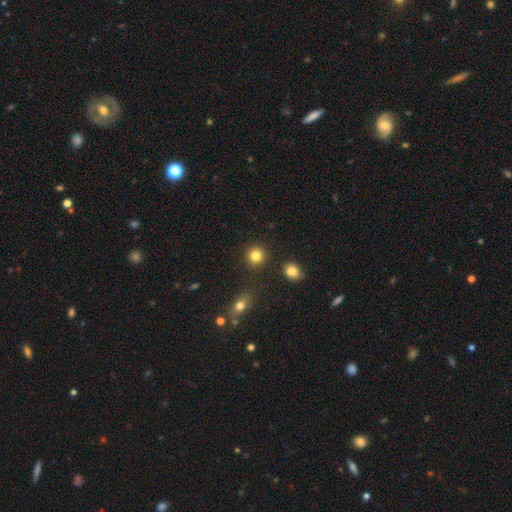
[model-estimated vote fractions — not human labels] smooth-or-featured: smooth: 84% | star or artifact: 11% | featured or disk: 5%
  how-rounded: round: 91% | in between: 8% | cigar-shaped: 1%
  merging: none: 89% | minor disturbance: 6% | merger: 3% | major disturbance: 2%